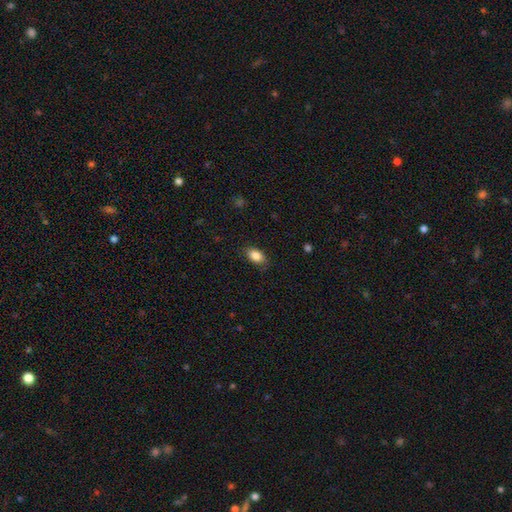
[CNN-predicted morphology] Smooth or featured? smooth (86%)
How rounded? in between (88%)
Merging? none (84%)